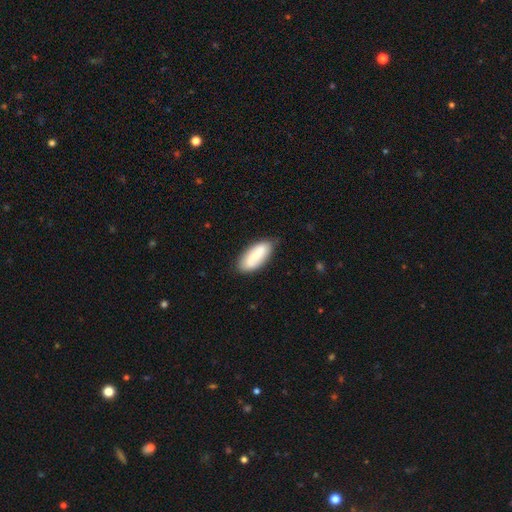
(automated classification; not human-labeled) This appears to be a smooth galaxy with no disk features (72%) that is in between round and cigar-shaped (83%). Merging: none (77%).